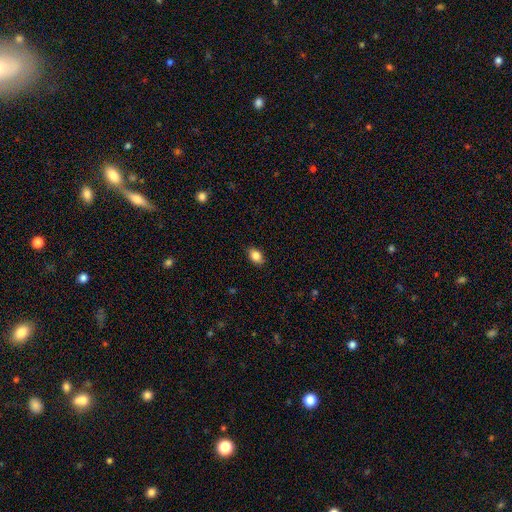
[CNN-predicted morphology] This appears to be a smooth galaxy with no disk features (85%) that is in between round and cigar-shaped (81%). Merging: none (86%).